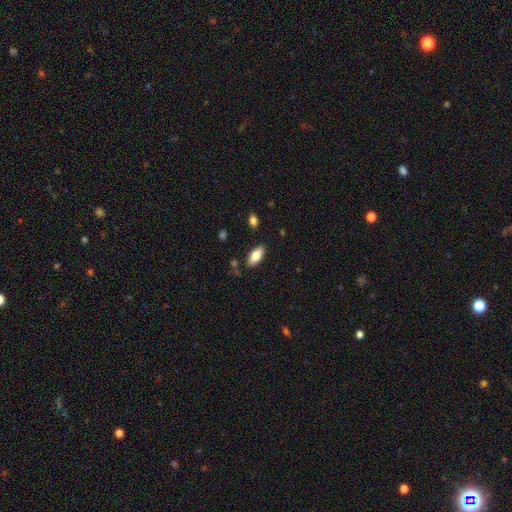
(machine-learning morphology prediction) This appears to be a smooth galaxy with no disk features (77%) that is in between round and cigar-shaped (88%). Merging: none (84%).